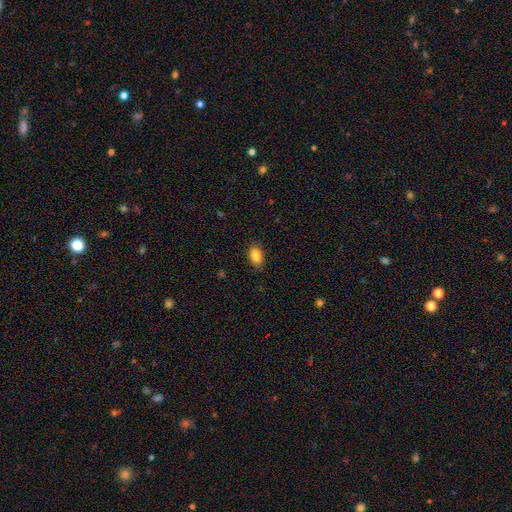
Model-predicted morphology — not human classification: smooth-or-featured: smooth: 86% | star or artifact: 8% | featured or disk: 6%
  how-rounded: in between: 89% | round: 8% | cigar-shaped: 3%
  merging: none: 85% | minor disturbance: 11% | major disturbance: 3% | merger: 1%